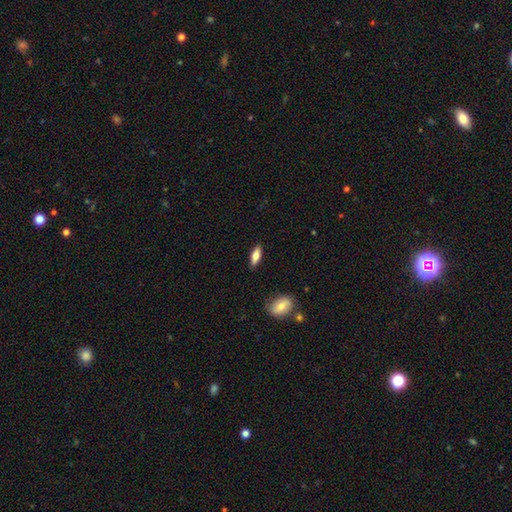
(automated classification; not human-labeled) Smooth or featured? smooth (73%)
How rounded? in between (63%)
Merging? none (87%)